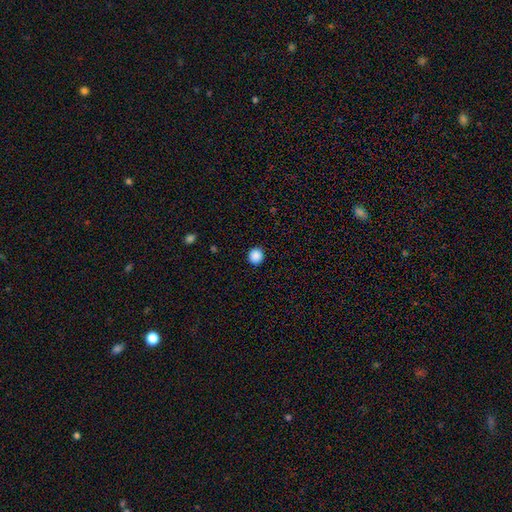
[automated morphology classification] This is clearly a smooth galaxy (88%). How rounded: clearly round (88%). Merging: clearly none (92%).